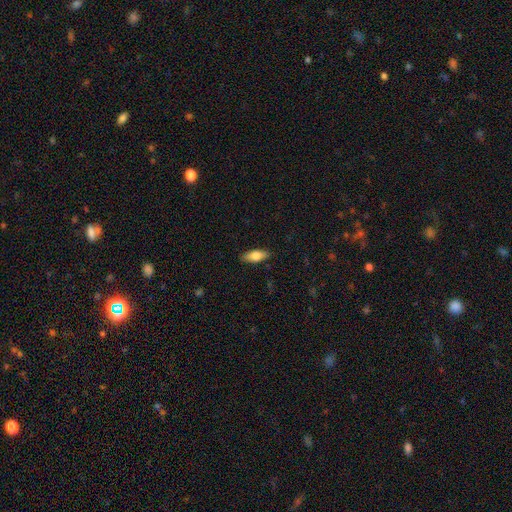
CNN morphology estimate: A smooth galaxy with no disk features (74%) that is in between round and cigar-shaped (70%). Merging: none (88%).